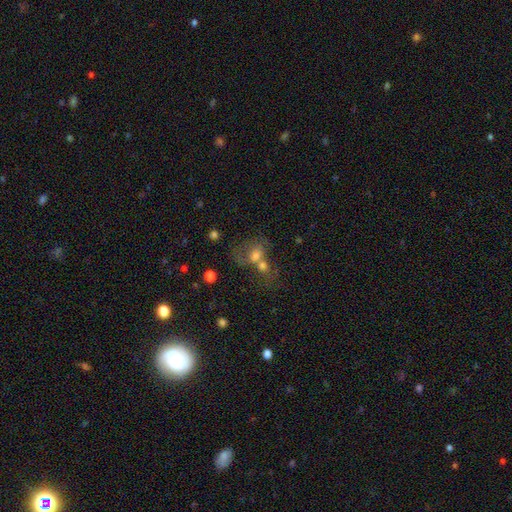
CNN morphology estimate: smooth 62%, featured or disk 24%, star or artifact 14%. Down the decision tree: how rounded — in between (49%, tied with round); merging — merger (65%).